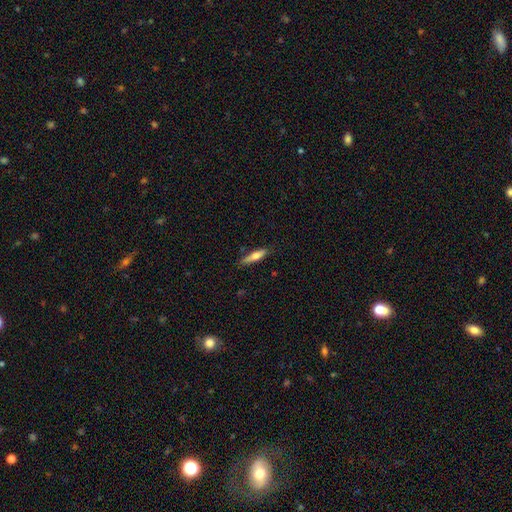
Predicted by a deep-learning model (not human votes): smooth-or-featured: smooth: 63% | featured or disk: 31% | star or artifact: 6%
  how-rounded: cigar-shaped: 75% | in between: 23% | round: 2%
  merging: none: 79% | minor disturbance: 17% | major disturbance: 3% | merger: 2%